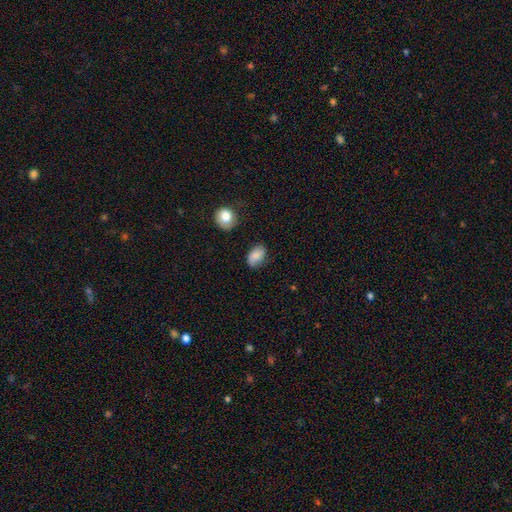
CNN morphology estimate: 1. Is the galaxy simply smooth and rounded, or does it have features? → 79% smooth, 13% featured or disk, 8% star or artifact.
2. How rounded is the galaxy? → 86% in between, 13% round, 2% cigar-shaped.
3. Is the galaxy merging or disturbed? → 69% none, 23% minor disturbance, 5% major disturbance, 2% merger.